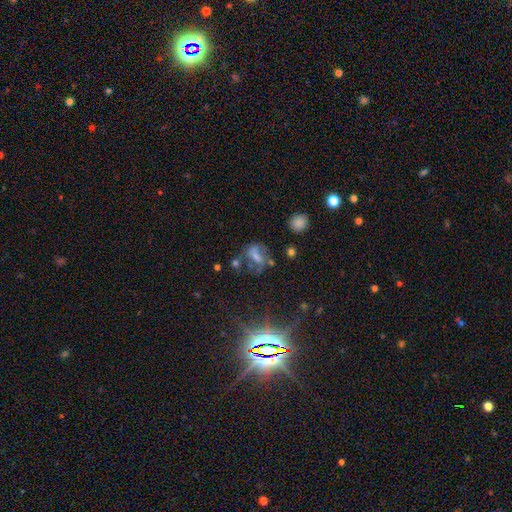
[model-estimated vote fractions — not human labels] A smooth galaxy with no disk features (41%). Merging: none (38%).